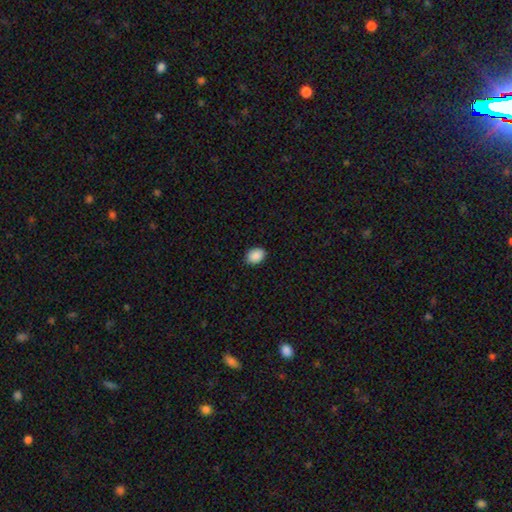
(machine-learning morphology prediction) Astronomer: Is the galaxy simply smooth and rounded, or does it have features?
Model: smooth — 90%.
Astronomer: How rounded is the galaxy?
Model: in between — 75%.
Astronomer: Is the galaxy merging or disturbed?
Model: none — 87%.